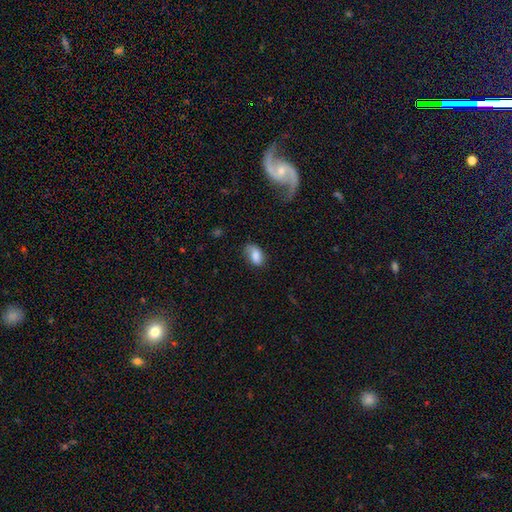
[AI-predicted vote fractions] Q: Smooth or featured?
A: smooth (80%); runner-up: featured or disk (12%)
Q: How rounded?
A: in between (89%); runner-up: round (8%)
Q: Merging?
A: none (60%); runner-up: minor disturbance (29%)